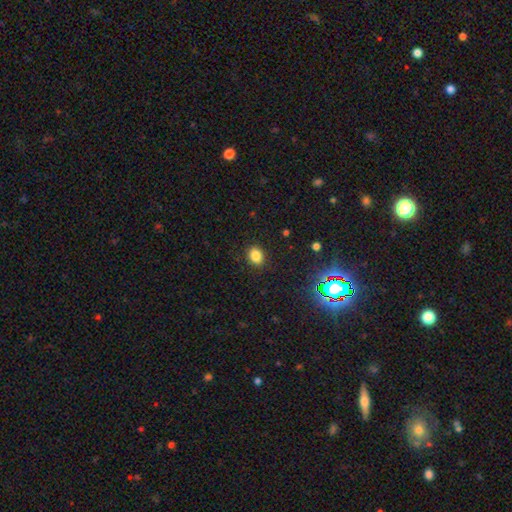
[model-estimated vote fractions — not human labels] This is clearly a smooth galaxy (83%). How rounded: possibly in between (52%). Merging: clearly none (88%).